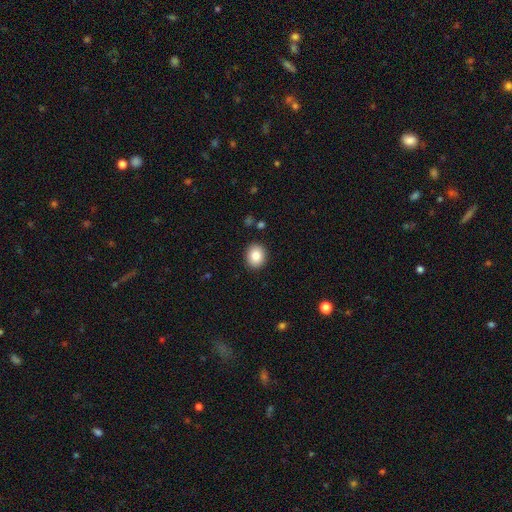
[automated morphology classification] smooth 86%, star or artifact 8%, featured or disk 6%. Down the decision tree: how rounded — round (67%); merging — none (90%).